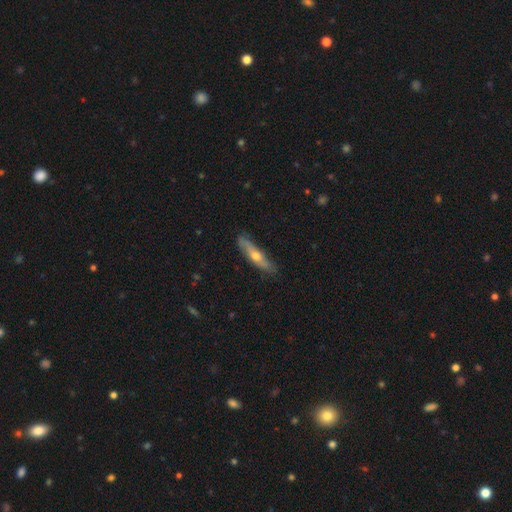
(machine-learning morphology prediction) A featured or disk galaxy (51%) viewed edge-on (73%).

Vote fractions:
- Smooth or featured? featured or disk: 51% / smooth: 43% / star or artifact: 6%
- Edge-on disk? yes: 73% / no: 27%
- Merging? none: 80% / minor disturbance: 16% / major disturbance: 3% / merger: 1%